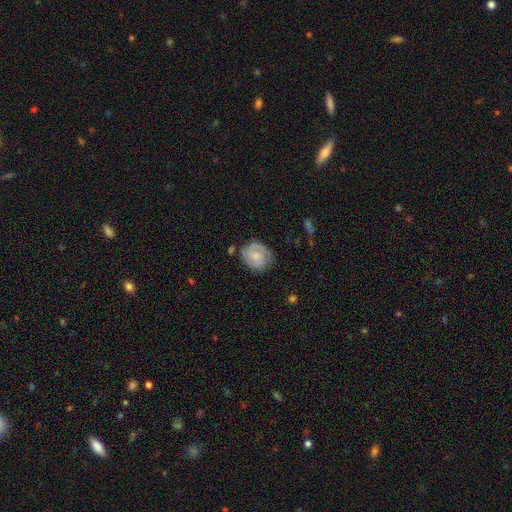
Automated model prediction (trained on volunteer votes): The model was most divided on "bulge size": small: 46%, moderate: 35%, none: 14%, large: 4%, dominant: 1%. More confident: edge-on disk — no (98%); spiral arms — yes (93%); merging — none (71%); smooth or featured — featured or disk (65%); spiral arm count — 2 (63%); bar — no (62%); spiral winding — tight (56%).